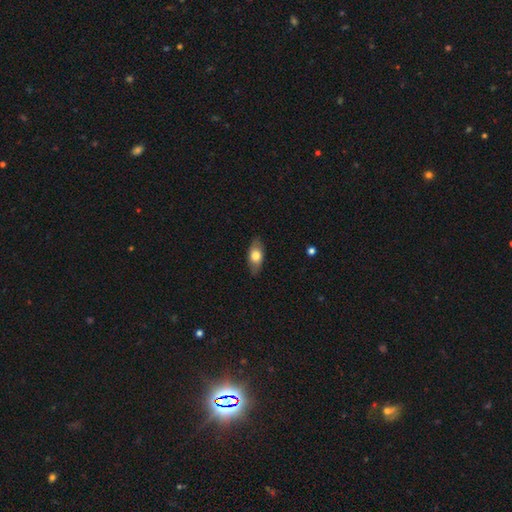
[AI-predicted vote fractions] Morphology: type=smooth (66%); roundness=in between (85%); merging=none (84%).